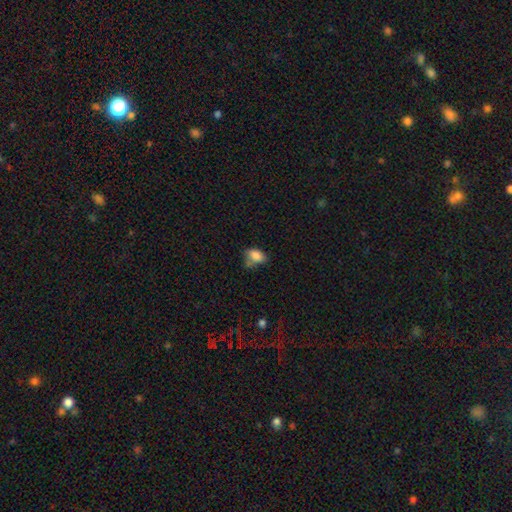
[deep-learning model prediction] Morphology: type=smooth (83%); roundness=in between (85%); merging=none (45%).